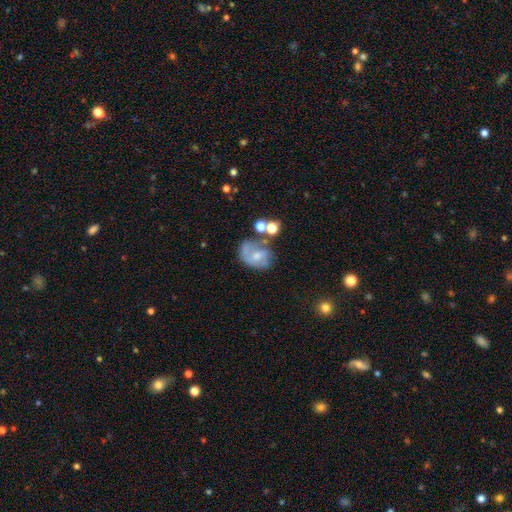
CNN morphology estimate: type=featured or disk (52%); edge-on=no (97%); bar=no (63%); spiral arms=yes (67%); bulge=moderate (45%); merging=none (38%).